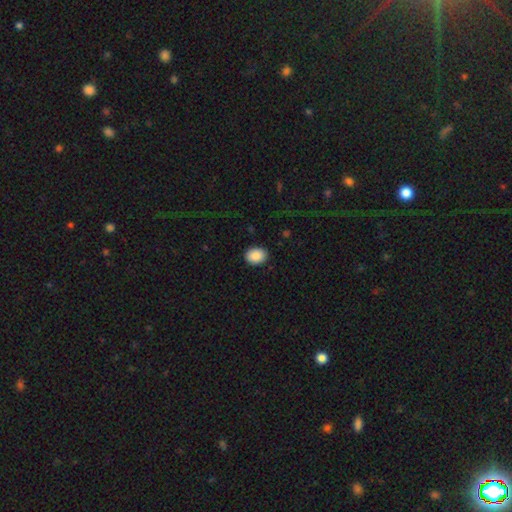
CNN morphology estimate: This is clearly a smooth galaxy (89%). How rounded: likely in between (64%). Merging: clearly none (90%).